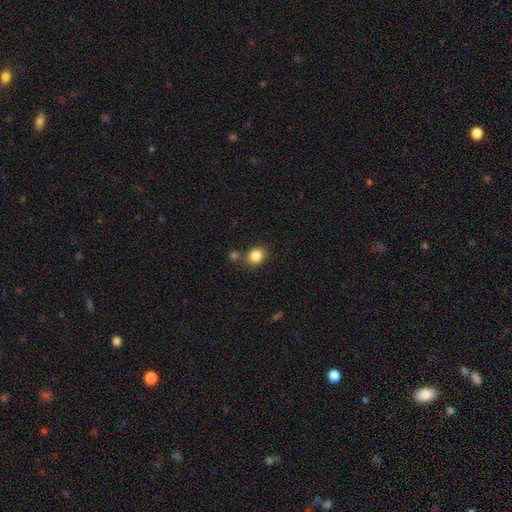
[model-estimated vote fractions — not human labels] A smooth galaxy with no disk features (85%) that is round (57%). Merging: none (74%).